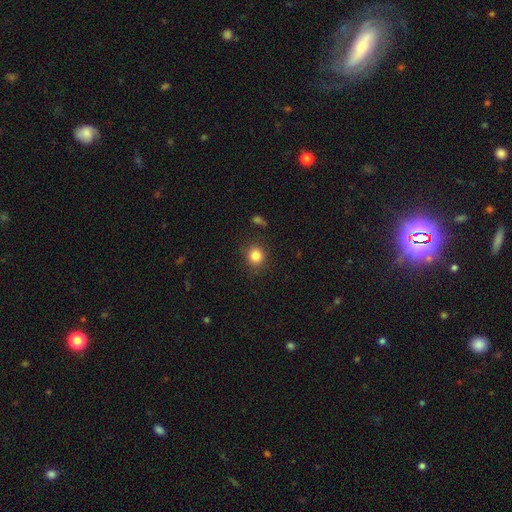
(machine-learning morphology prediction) Overall: smooth (83%). How rounded: round (86%). Merging: none (85%).